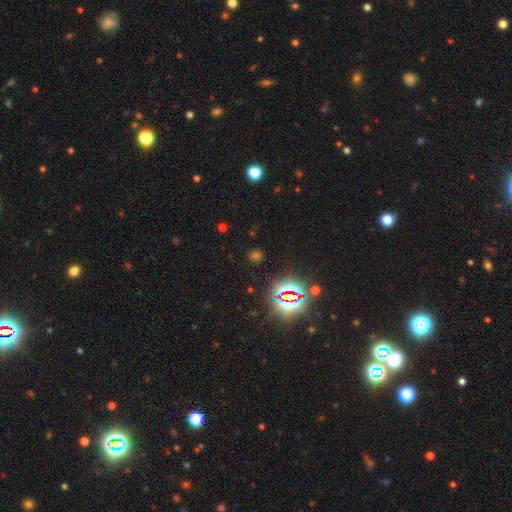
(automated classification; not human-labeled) Smooth or featured? Predicted: star or artifact (p=0.60).